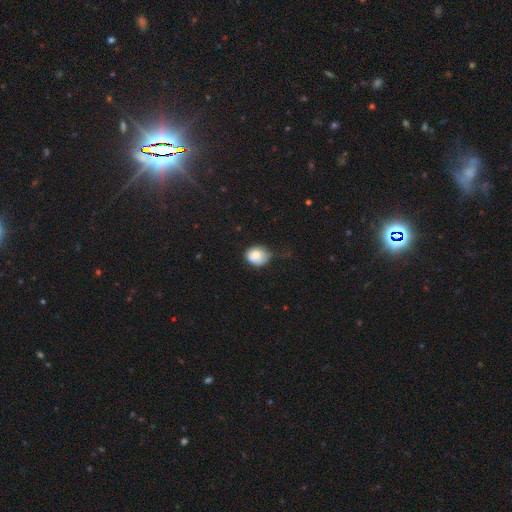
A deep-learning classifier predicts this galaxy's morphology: smooth 81%, featured or disk 10%, star or artifact 9%. Down the decision tree: how rounded — round (67%); merging — none (44%).